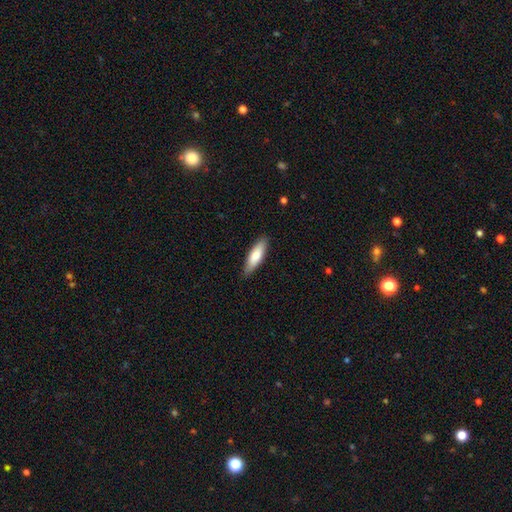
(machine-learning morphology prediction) smooth 77%, featured or disk 18%, star or artifact 5%. Down the decision tree: how rounded — cigar-shaped (57%); merging — none (87%).